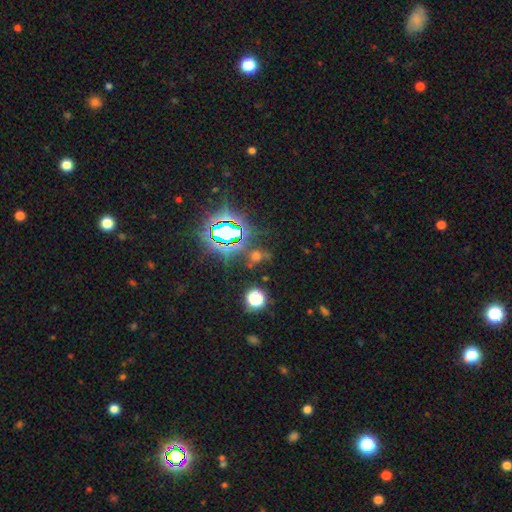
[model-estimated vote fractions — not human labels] Q: Smooth or featured?
A: star or artifact (57%); runner-up: smooth (31%)